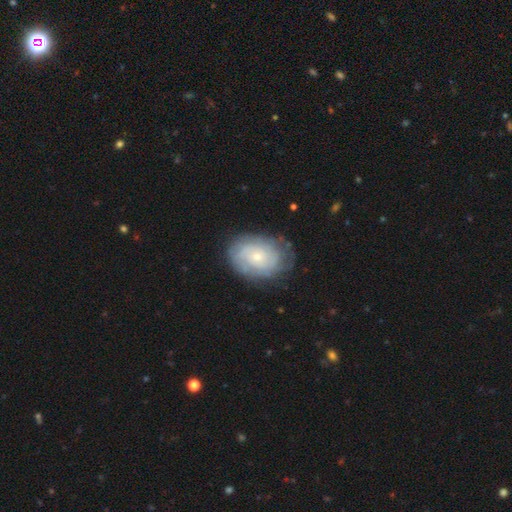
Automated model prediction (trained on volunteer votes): smooth-or-featured: featured or disk: 58% | smooth: 35% | star or artifact: 7%
  disk-edge-on: no: 96% | yes: 4%
    bar: no: 83% | weak: 15% | strong: 2%
    has-spiral-arms: yes: 78% | no: 22%
    bulge-size: small: 72% | moderate: 23% | large: 2% | none: 2% | dominant: 1%
  merging: none: 74% | minor disturbance: 18% | major disturbance: 6% | merger: 1%